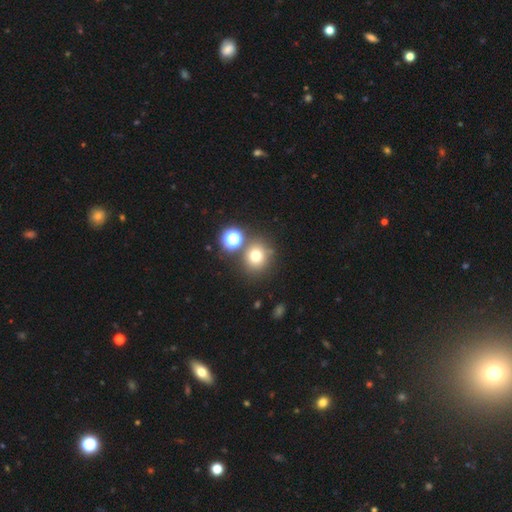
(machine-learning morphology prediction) Q: Smooth or featured?
A: smooth (72%); runner-up: star or artifact (19%)
Q: How rounded?
A: round (86%); runner-up: in between (13%)
Q: Merging?
A: none (71%); runner-up: merger (15%)